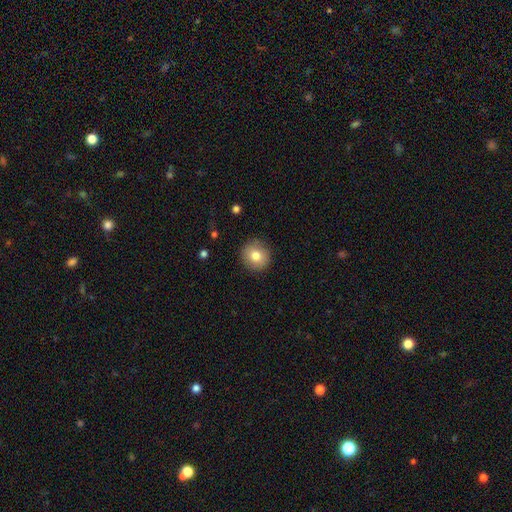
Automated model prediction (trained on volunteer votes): smooth_or_featured: smooth (p=0.80) [alt: featured or disk p=0.11]
how_rounded: round (p=0.91) [alt: in between p=0.08]
merging: none (p=0.89) [alt: minor disturbance p=0.08]